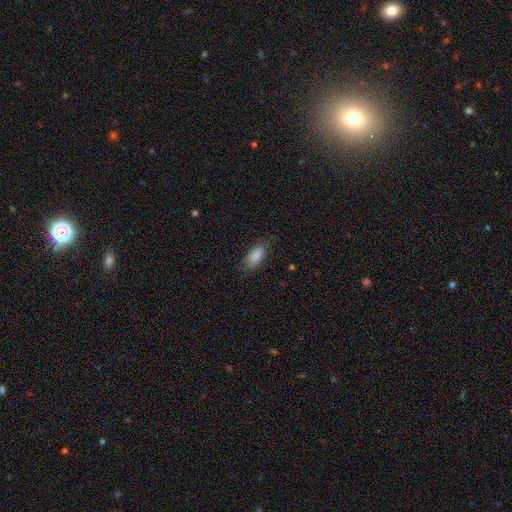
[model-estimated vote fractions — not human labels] Smooth or featured: smooth — 87% (star or artifact — 7%)
How rounded: in between — 88% (cigar-shaped — 9%)
Merging: none — 75% (minor disturbance — 19%)